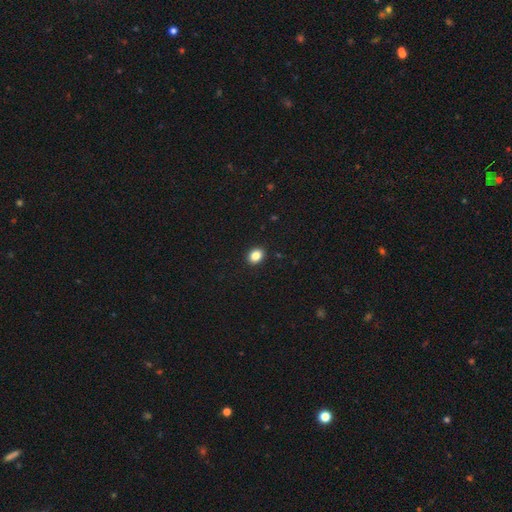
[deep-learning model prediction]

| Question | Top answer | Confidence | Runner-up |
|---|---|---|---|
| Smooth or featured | smooth | 86% | star or artifact (10%) |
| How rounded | in between | 52% | round (47%) |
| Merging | none | 92% | minor disturbance (6%) |